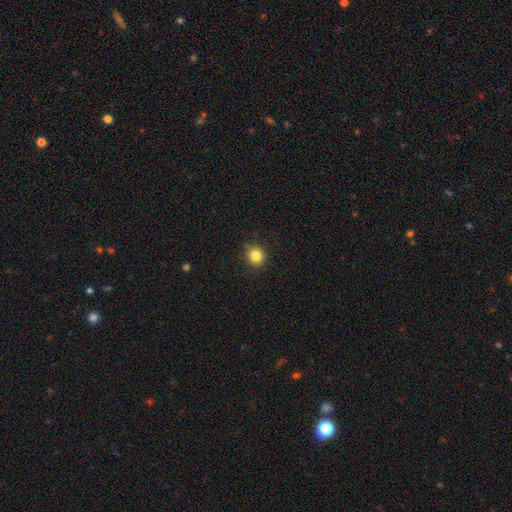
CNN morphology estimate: This is clearly a smooth galaxy (85%). How rounded: clearly round (85%). Merging: clearly none (87%).